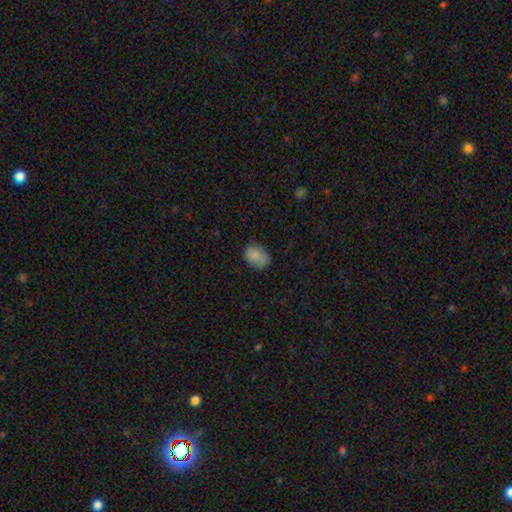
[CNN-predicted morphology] Smooth or featured? Predicted: smooth (p=0.85). How rounded? Predicted: in between (p=0.69). Merging? Predicted: none (p=0.74).